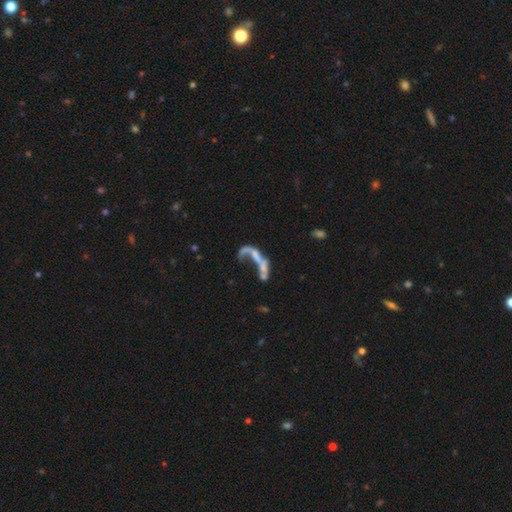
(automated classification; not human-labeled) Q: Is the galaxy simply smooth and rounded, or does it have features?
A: featured or disk — 61%.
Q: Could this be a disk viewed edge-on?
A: no — 91%.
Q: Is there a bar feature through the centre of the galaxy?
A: no — 74%.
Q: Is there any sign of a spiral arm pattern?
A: no — 67%.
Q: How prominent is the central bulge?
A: none — 62%.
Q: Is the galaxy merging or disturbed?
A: merger — 37%.